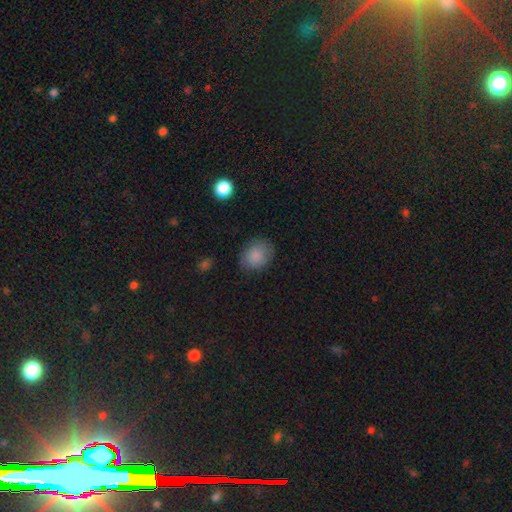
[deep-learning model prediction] This appears to be a smooth galaxy with no disk features (85%) that is in between round and cigar-shaped (50%). Merging: none (77%).